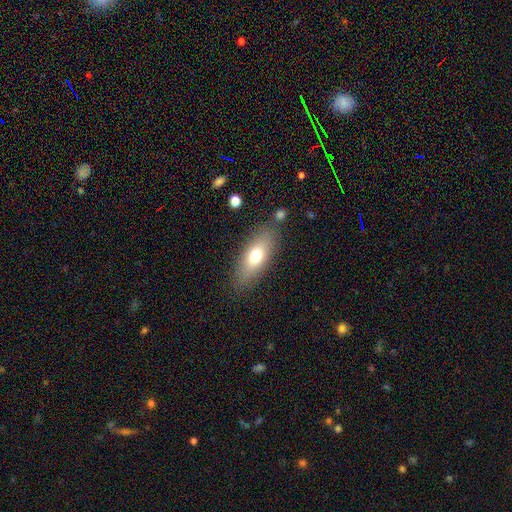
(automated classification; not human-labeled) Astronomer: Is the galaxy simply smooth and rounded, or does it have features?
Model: smooth — 71%.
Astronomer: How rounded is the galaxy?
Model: in between — 75%.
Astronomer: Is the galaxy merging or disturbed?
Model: none — 79%.